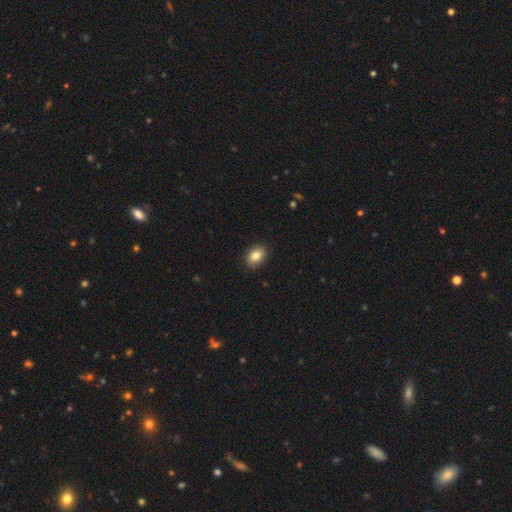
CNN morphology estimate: Smooth or featured? smooth (84%)
How rounded? in between (72%)
Merging? none (89%)